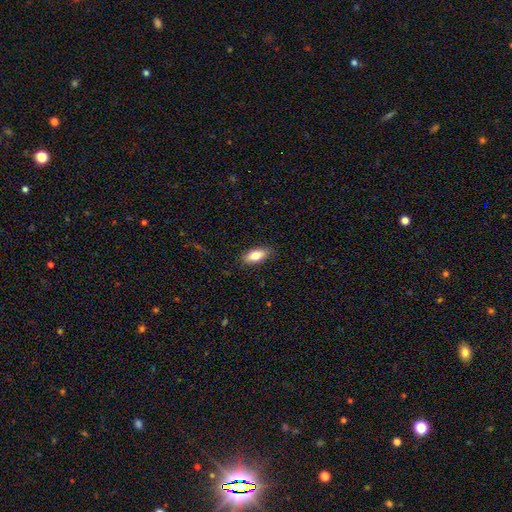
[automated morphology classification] This is likely a smooth galaxy (78%). How rounded: clearly in between (84%). Merging: clearly none (87%).